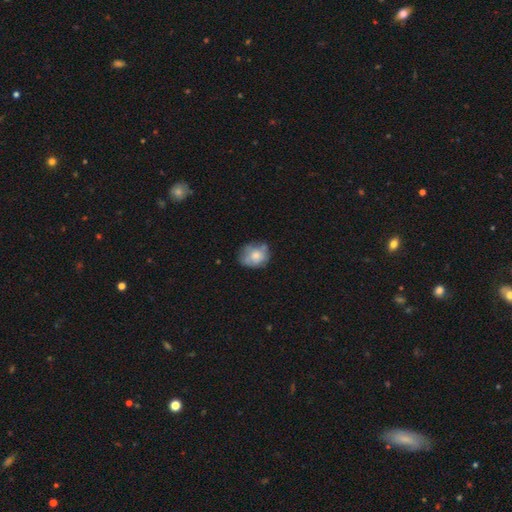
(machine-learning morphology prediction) Smooth or featured: smooth — 67% (featured or disk — 25%)
How rounded: round — 59% (in between — 40%)
Merging: none — 56% (minor disturbance — 29%)